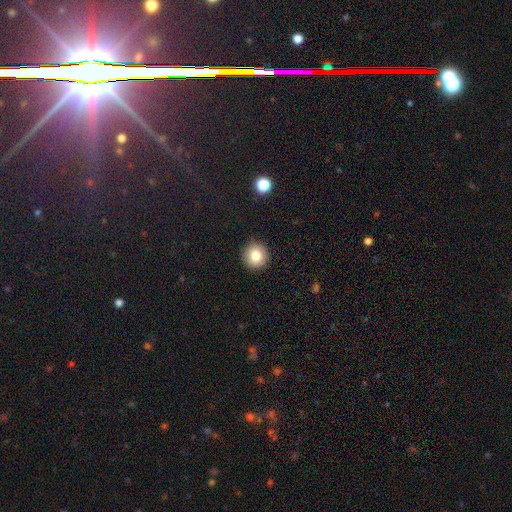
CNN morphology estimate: The model was most divided on "smooth or featured": smooth: 82%, star or artifact: 10%, featured or disk: 8%. More confident: how rounded — round (94%); merging — none (92%).